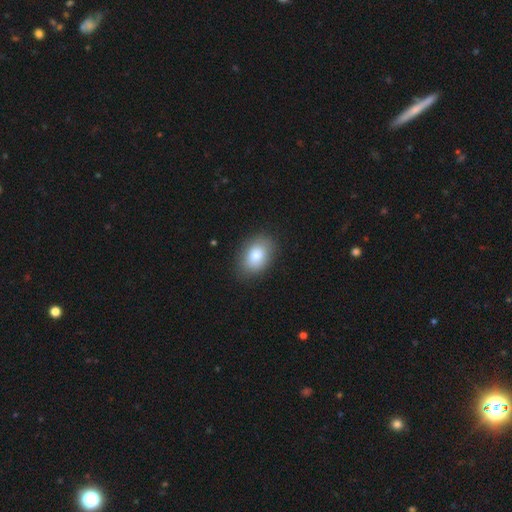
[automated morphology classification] This appears to be a smooth galaxy with no disk features (82%) that is in between round and cigar-shaped (82%). Merging: none (85%).